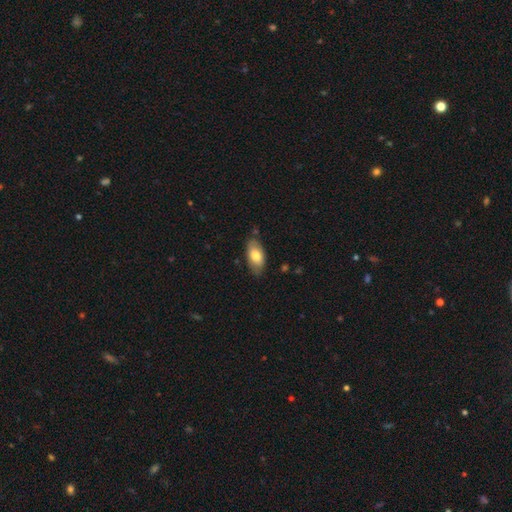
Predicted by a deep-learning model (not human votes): A smooth galaxy with no disk features (76%) that is in between round and cigar-shaped (93%).

Vote fractions:
- Smooth or featured? smooth: 76% / featured or disk: 18% / star or artifact: 6%
- How rounded? in between: 93% / cigar-shaped: 4% / round: 3%
- Merging? none: 77% / minor disturbance: 18% / major disturbance: 3% / merger: 2%